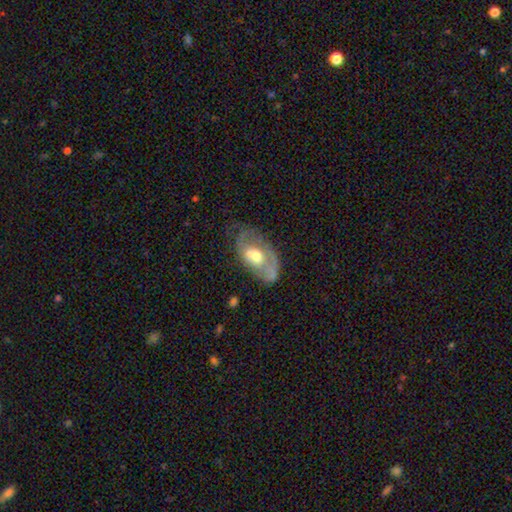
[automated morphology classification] Q: Smooth or featured?
A: featured or disk (61%); runner-up: smooth (32%)
Q: Edge-on disk?
A: no (93%); runner-up: yes (7%)
Q: Bar?
A: no (66%); runner-up: weak (28%)
Q: Spiral arms?
A: yes (58%); runner-up: no (42%)
Q: Bulge size?
A: moderate (70%); runner-up: large (14%)
Q: Merging?
A: none (42%); runner-up: minor disturbance (31%)